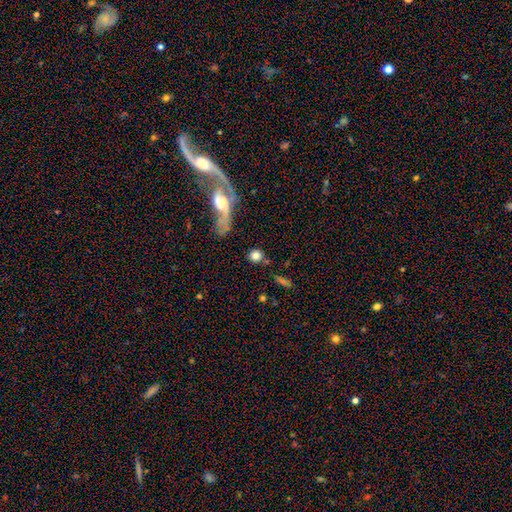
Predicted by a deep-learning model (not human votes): Smooth or featured? Predicted: smooth (p=0.80). How rounded? Predicted: round (p=0.83). Merging? Predicted: none (p=0.75).